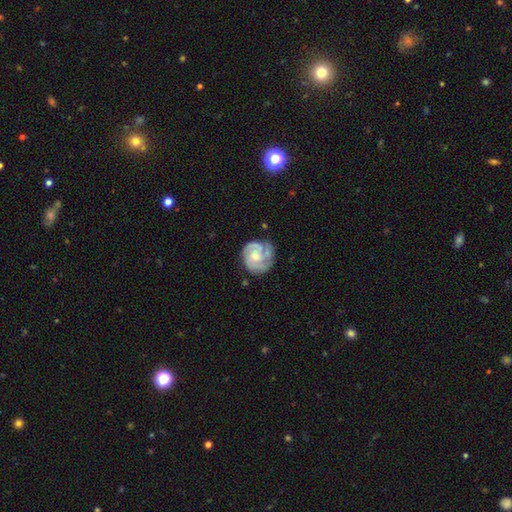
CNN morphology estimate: This is likely a featured or disk galaxy (77%). It is clearly not viewed edge-on (98%). Bar: likely no (72%). Spiral arm pattern: clearly yes (93%). Spiral arm count: marginally 3 (39%). Spiral winding: possibly tight (59%). Central bulge: possibly moderate (49%). Merging: likely none (66%).